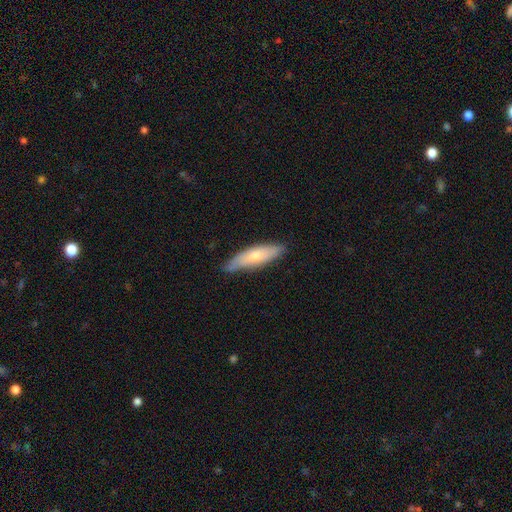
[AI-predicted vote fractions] Smooth or featured: smooth — 62% (featured or disk — 33%)
How rounded: cigar-shaped — 60% (in between — 39%)
Merging: none — 73% (minor disturbance — 22%)